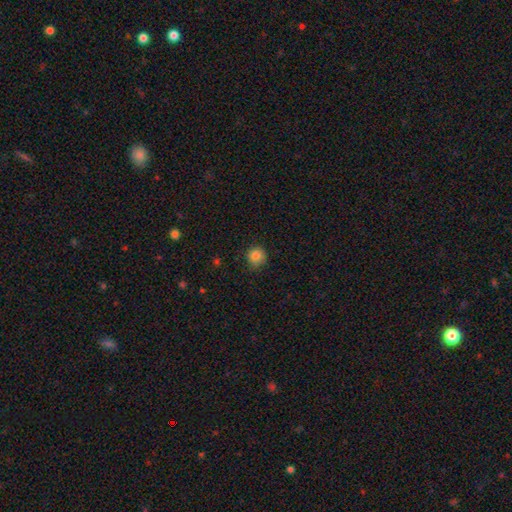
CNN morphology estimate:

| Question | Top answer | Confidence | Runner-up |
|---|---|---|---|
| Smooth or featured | smooth | 83% | star or artifact (11%) |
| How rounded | round | 93% | in between (6%) |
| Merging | none | 83% | minor disturbance (13%) |